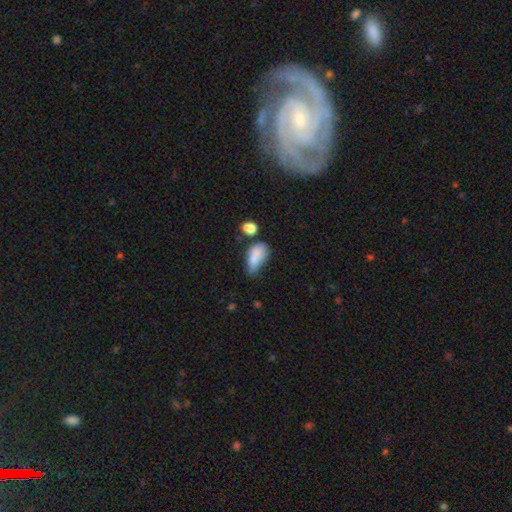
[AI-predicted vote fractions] This is likely a smooth galaxy (79%). How rounded: clearly in between (88%). Merging: marginally minor disturbance (36%).